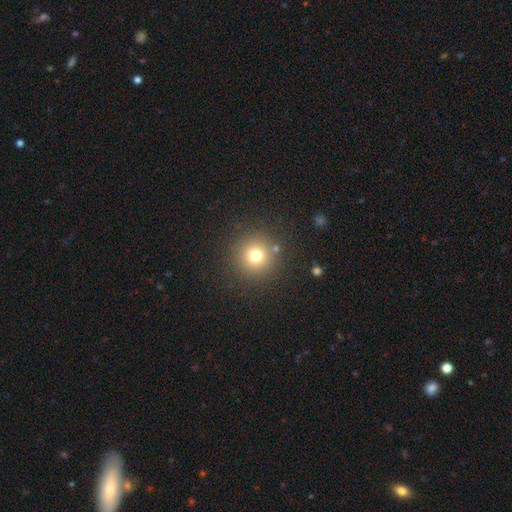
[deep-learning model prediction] Smooth or featured? smooth (74%)
How rounded? round (96%)
Merging? none (88%)